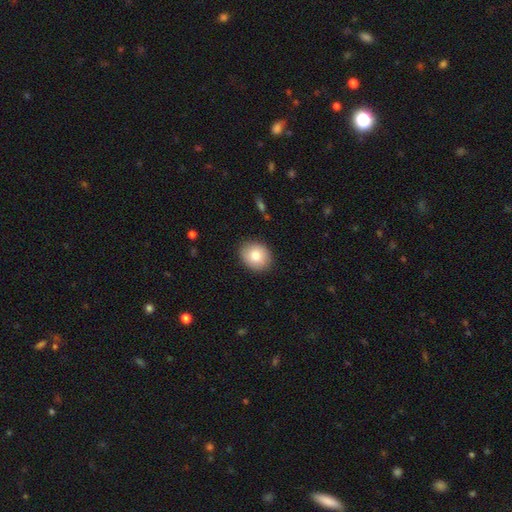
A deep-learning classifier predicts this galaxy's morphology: Smooth or featured? Predicted: smooth (p=0.83). How rounded? Predicted: round (p=0.54). Merging? Predicted: none (p=0.88).